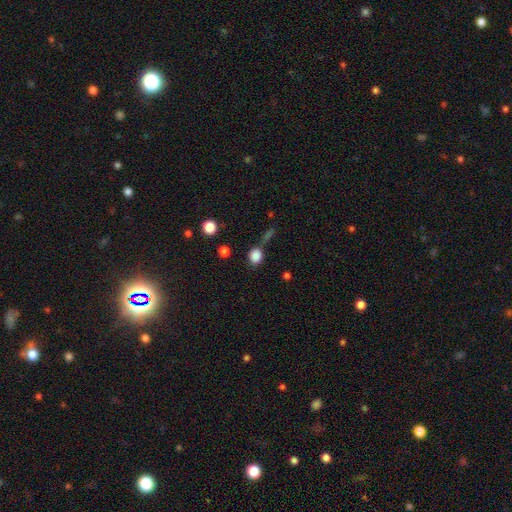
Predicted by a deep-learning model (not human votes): Morphology: type=smooth (83%); roundness=round (73%); merging=none (59%).